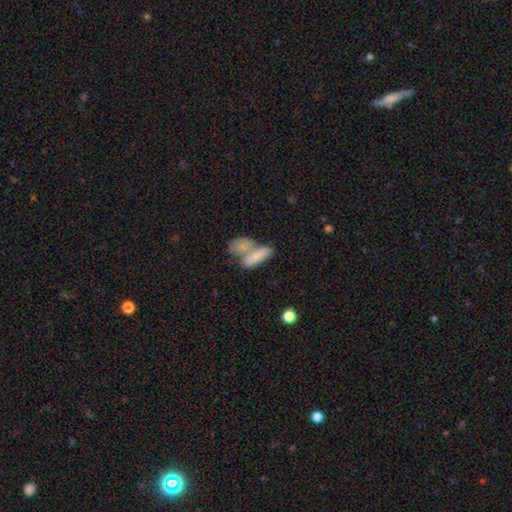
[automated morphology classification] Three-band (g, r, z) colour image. It shows a smooth galaxy with no disk features (76%) that is in between round and cigar-shaped (66%). Merging: merger (59%).